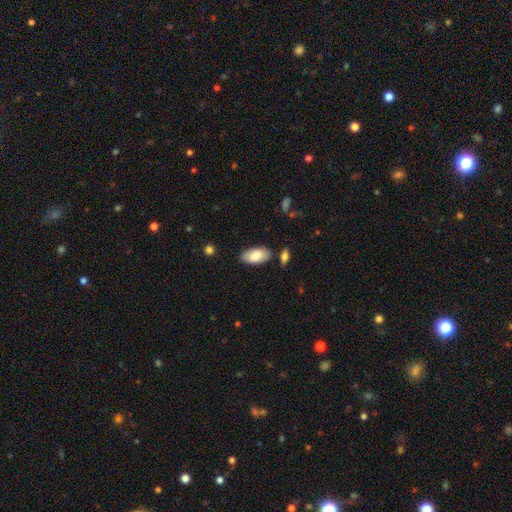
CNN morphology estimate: This is clearly a smooth galaxy (83%). How rounded: clearly in between (95%). Merging: likely none (79%).